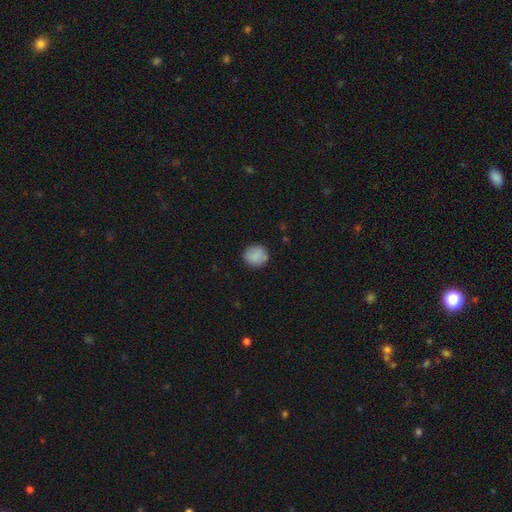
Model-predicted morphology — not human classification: A smooth galaxy with no disk features (86%) that is round (88%).

Vote fractions:
- Smooth or featured? smooth: 86% / star or artifact: 8% / featured or disk: 6%
- How rounded? round: 88% / in between: 11% / cigar-shaped: 1%
- Merging? none: 84% / minor disturbance: 11% / major disturbance: 3% / merger: 2%